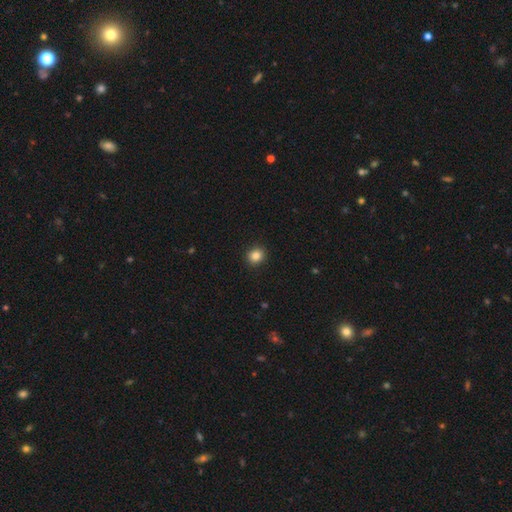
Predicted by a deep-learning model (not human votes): This appears to be a smooth galaxy with no disk features (86%) that is round (81%). Merging: none (92%).